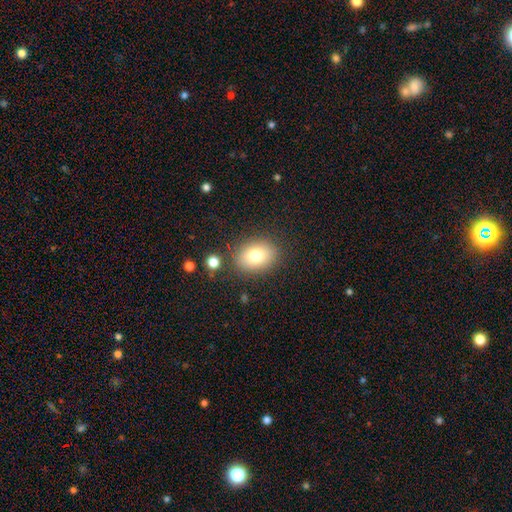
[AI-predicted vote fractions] The model was most divided on "how rounded": in between: 67%, round: 32%, cigar-shaped: 1%. More confident: merging — none (83%); smooth or featured — smooth (78%).